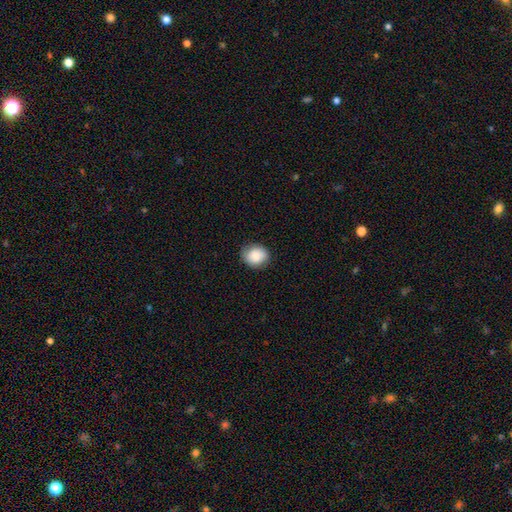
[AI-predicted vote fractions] Morphology: type=smooth (85%); roundness=round (66%); merging=none (81%).